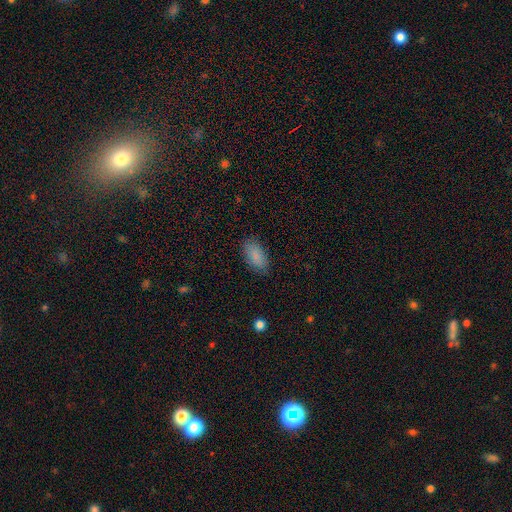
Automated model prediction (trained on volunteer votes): Smooth or featured?
  - smooth: 87% *
  - star or artifact: 7%
  - featured or disk: 6%
How rounded?
  - in between: 92% *
  - cigar-shaped: 5%
  - round: 3%
Merging?
  - none: 84% *
  - minor disturbance: 12%
  - major disturbance: 3%
  - merger: 1%